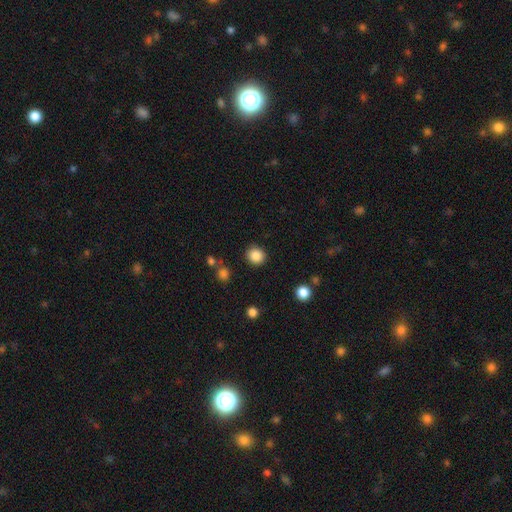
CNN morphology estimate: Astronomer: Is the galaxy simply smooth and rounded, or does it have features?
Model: smooth — 86%.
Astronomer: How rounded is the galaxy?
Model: round — 86%.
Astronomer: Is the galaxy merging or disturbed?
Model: none — 88%.